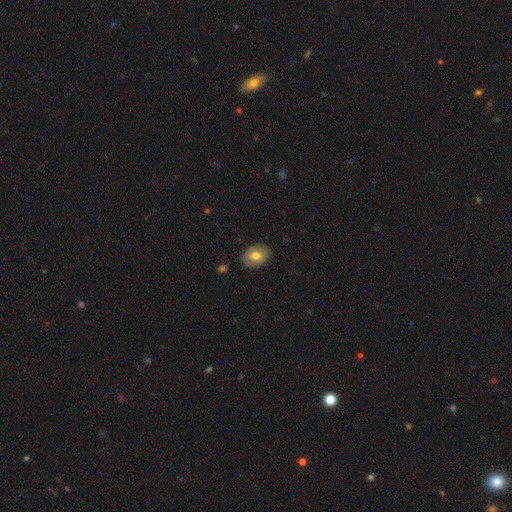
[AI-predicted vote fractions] Smooth or featured?
  - smooth: 65% *
  - featured or disk: 28%
  - star or artifact: 7%
How rounded?
  - in between: 72% *
  - round: 27%
  - cigar-shaped: 1%
Merging?
  - none: 85% *
  - minor disturbance: 11%
  - major disturbance: 3%
  - merger: 1%